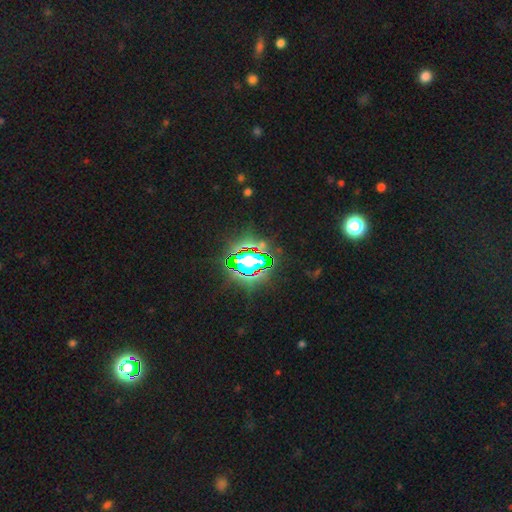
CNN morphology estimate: Overall: star or artifact (75%).